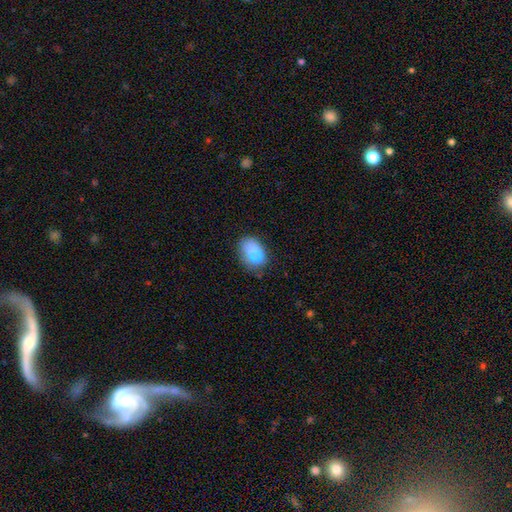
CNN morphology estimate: The model was most divided on "merging": none: 50%, minor disturbance: 34%, major disturbance: 12%, merger: 4%. More confident: how rounded — in between (77%); smooth or featured — smooth (76%).